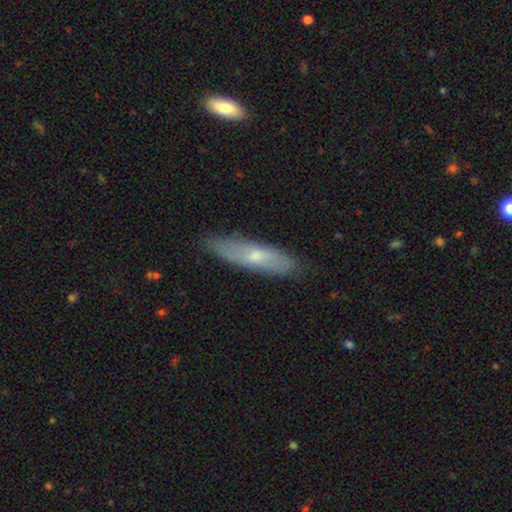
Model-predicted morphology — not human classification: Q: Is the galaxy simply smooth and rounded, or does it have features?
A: smooth — 58%.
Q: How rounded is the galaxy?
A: cigar-shaped — 66%.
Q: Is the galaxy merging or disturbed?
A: none — 82%.